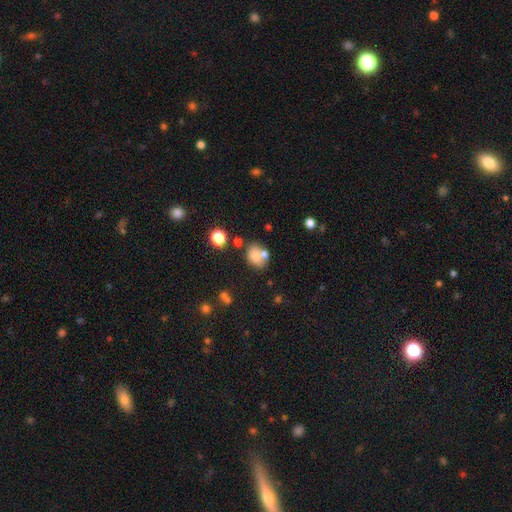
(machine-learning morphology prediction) Overall: smooth (70%). How rounded: in between (57%; round 42%). Merging: none (52%; merger 28%).